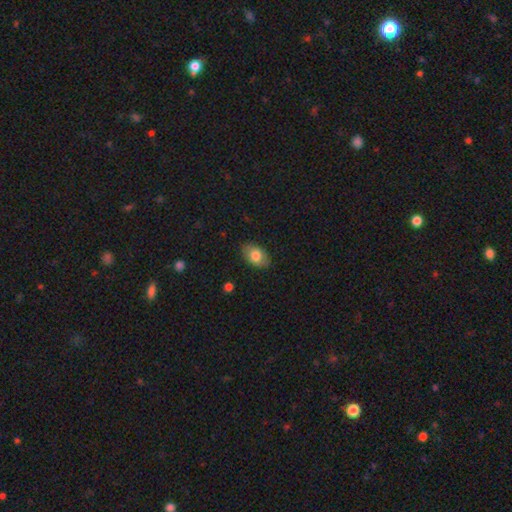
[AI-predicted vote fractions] This is likely a smooth galaxy (78%). How rounded: clearly in between (87%). Merging: clearly none (84%).